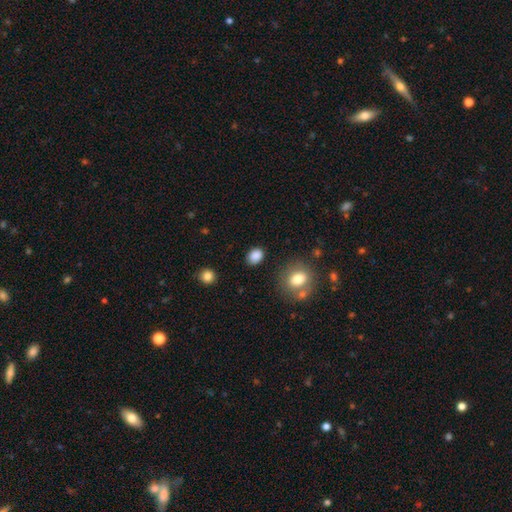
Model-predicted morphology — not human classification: smooth 86%, star or artifact 10%, featured or disk 4%. Down the decision tree: how rounded — in between (65%); merging — none (84%).